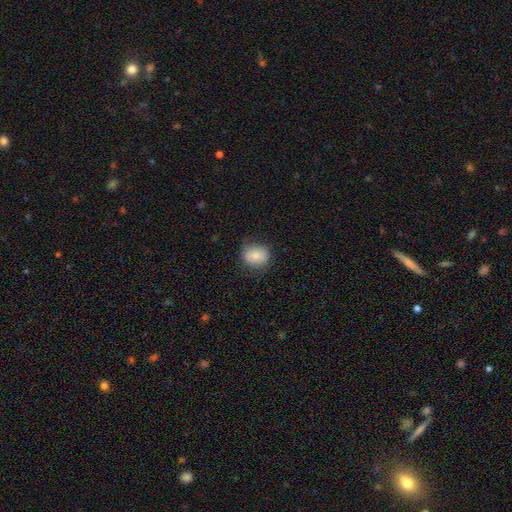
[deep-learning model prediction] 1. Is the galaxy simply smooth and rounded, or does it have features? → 78% smooth, 13% featured or disk, 8% star or artifact.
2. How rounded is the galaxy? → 66% round, 33% in between, 1% cigar-shaped.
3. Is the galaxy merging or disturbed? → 75% none, 19% minor disturbance, 5% major disturbance, 1% merger.